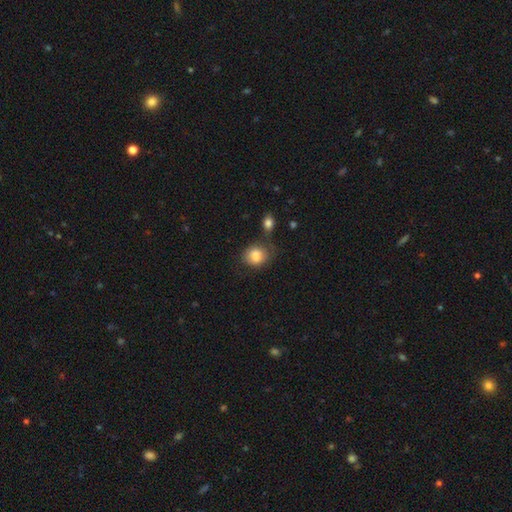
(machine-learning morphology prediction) smooth_or_featured: smooth (p=0.84) [alt: star or artifact p=0.08]
how_rounded: round (p=0.61) [alt: in between p=0.38]
merging: none (p=0.62) [alt: minor disturbance p=0.20]